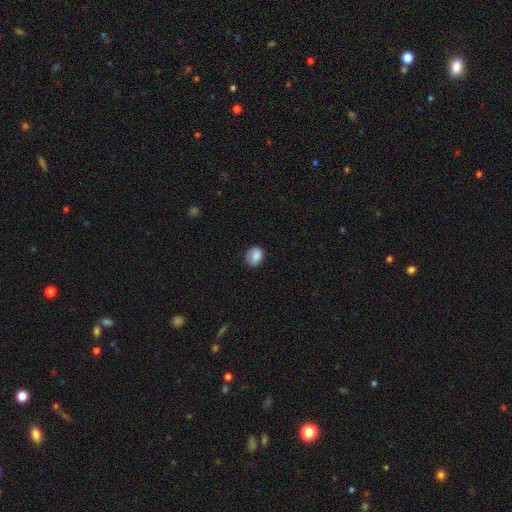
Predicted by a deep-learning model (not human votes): smooth 85%, star or artifact 8%, featured or disk 7%. Down the decision tree: how rounded — in between (51%); merging — none (75%).